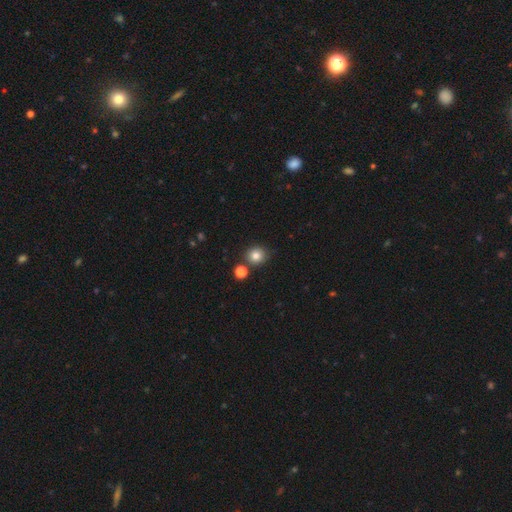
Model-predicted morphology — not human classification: Smooth or featured: smooth — 82% (star or artifact — 12%)
How rounded: round — 85% (in between — 14%)
Merging: none — 79% (merger — 10%)